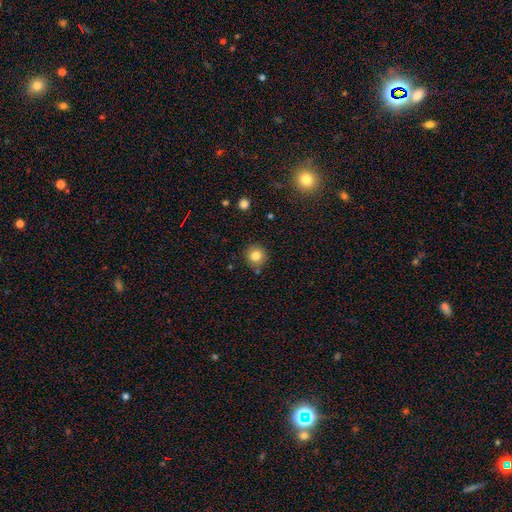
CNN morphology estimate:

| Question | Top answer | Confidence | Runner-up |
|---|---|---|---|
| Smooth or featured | smooth | 81% | star or artifact (11%) |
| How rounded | round | 91% | in between (8%) |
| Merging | none | 83% | minor disturbance (10%) |